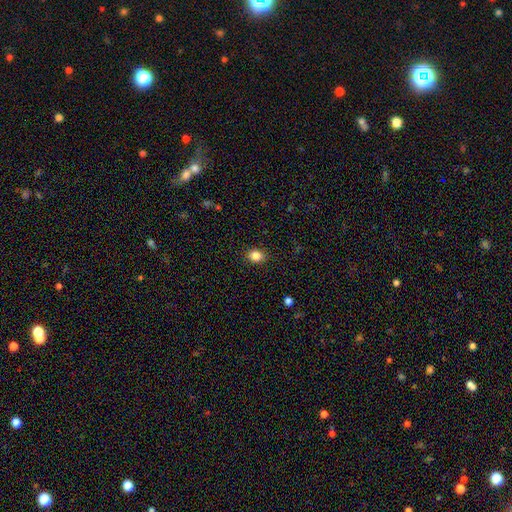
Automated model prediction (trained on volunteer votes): A smooth galaxy with no disk features (85%) that is round (55%).

Vote fractions:
- Smooth or featured? smooth: 85% / star or artifact: 11% / featured or disk: 5%
- How rounded? round: 55% / in between: 44% / cigar-shaped: 1%
- Merging? none: 89% / minor disturbance: 8% / major disturbance: 2% / merger: 1%